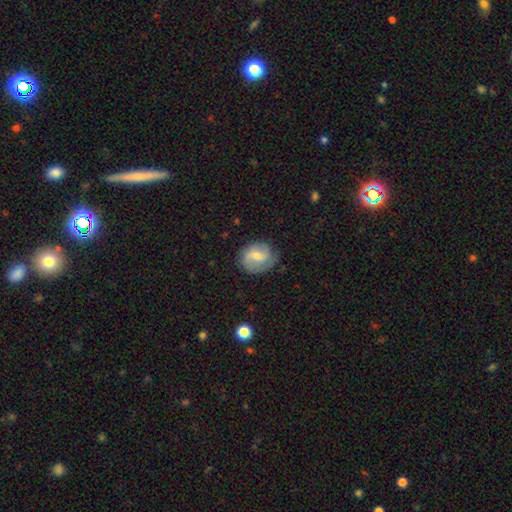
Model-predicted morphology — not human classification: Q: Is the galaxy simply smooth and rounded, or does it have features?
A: featured or disk — 55%.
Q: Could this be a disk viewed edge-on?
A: no — 97%.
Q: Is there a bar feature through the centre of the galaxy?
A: weak — 52%.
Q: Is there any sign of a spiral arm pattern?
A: yes — 82%.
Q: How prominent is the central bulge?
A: moderate — 49%.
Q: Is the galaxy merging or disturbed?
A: none — 75%.